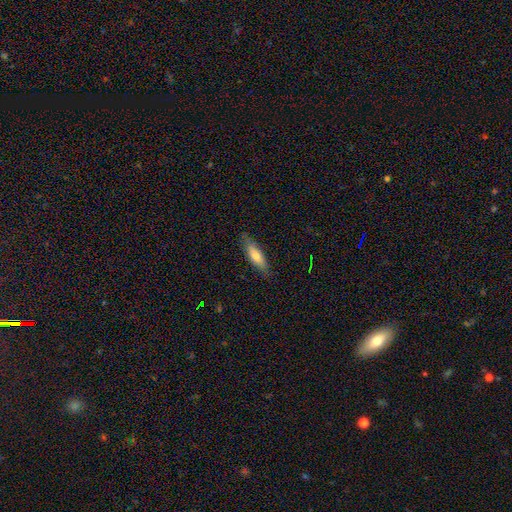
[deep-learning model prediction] Overall: smooth (69%). How rounded: cigar-shaped (59%; in between 39%). Merging: none (83%).